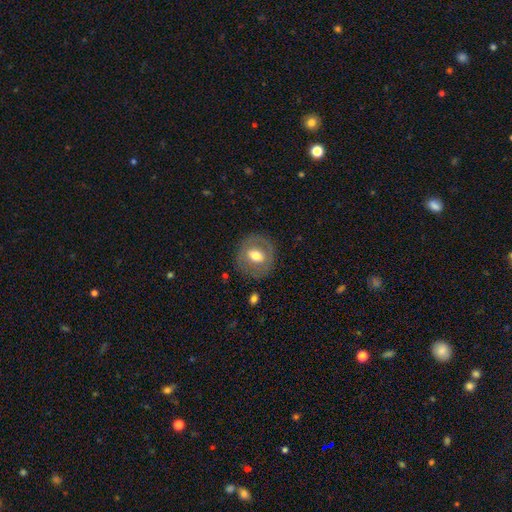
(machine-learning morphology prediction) Smooth or featured: smooth — 50% (featured or disk — 43%)
How rounded: round — 74% (in between — 25%)
Merging: none — 81% (minor disturbance — 12%)